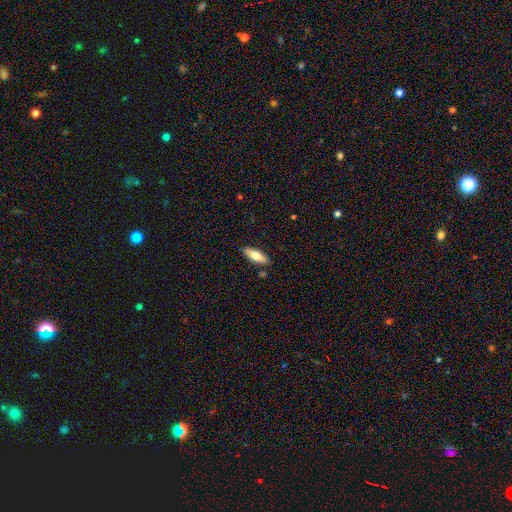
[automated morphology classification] smooth_or_featured: smooth (p=0.64) [alt: featured or disk p=0.30]
how_rounded: in between (p=0.59) [alt: cigar-shaped p=0.39]
merging: none (p=0.86) [alt: minor disturbance p=0.10]